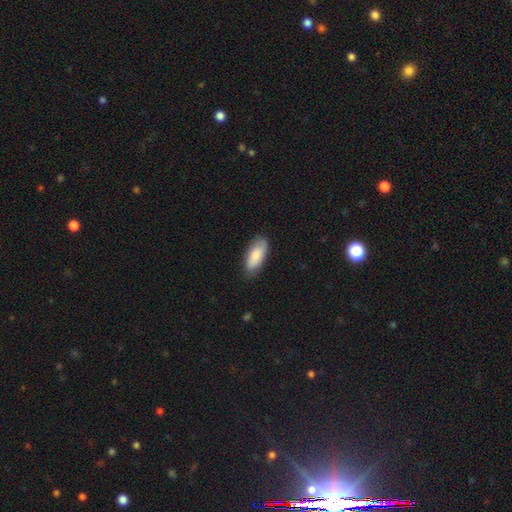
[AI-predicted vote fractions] Q: Smooth or featured?
A: smooth (85%); runner-up: featured or disk (10%)
Q: How rounded?
A: in between (84%); runner-up: cigar-shaped (14%)
Q: Merging?
A: none (81%); runner-up: minor disturbance (15%)